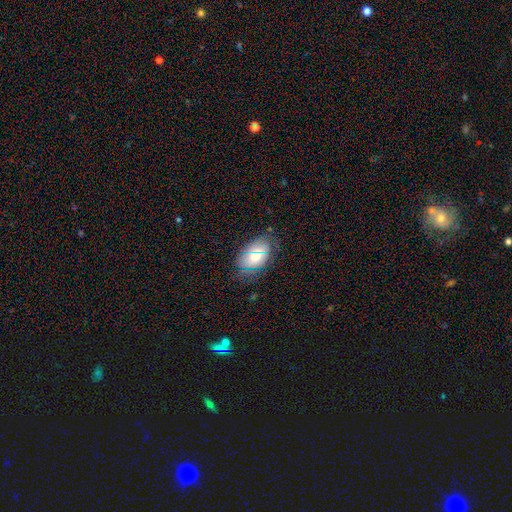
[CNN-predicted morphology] Q: Smooth or featured?
A: smooth (67%); runner-up: featured or disk (20%)
Q: How rounded?
A: in between (87%); runner-up: round (11%)
Q: Merging?
A: none (76%); runner-up: minor disturbance (18%)